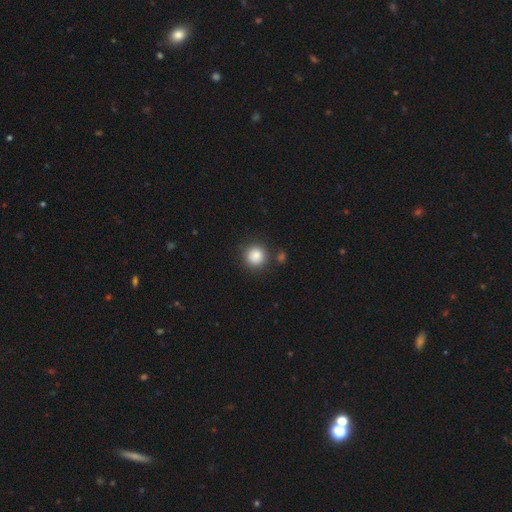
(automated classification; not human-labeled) smooth 86%, star or artifact 9%, featured or disk 5%. Down the decision tree: how rounded — round (93%); merging — none (83%).